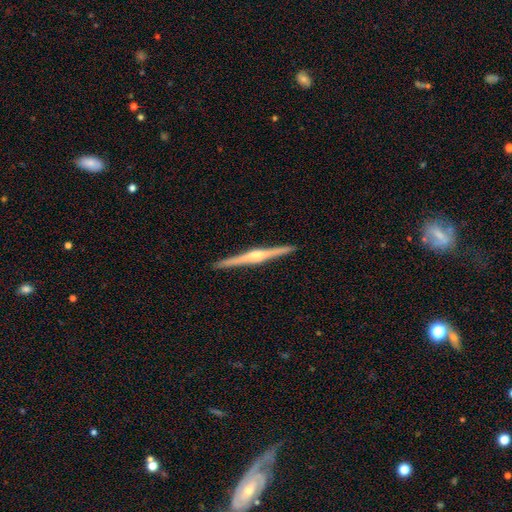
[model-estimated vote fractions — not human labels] Smooth or featured? Predicted: featured or disk (p=0.85). Edge-on disk? Predicted: yes (p=0.99). Edge-on bulge? Predicted: rounded (p=0.88). Merging? Predicted: none (p=0.93).